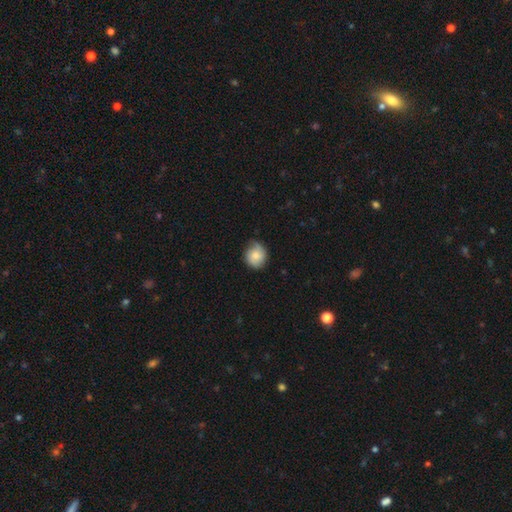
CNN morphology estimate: type=smooth (74%); roundness=round (77%); merging=none (66%).